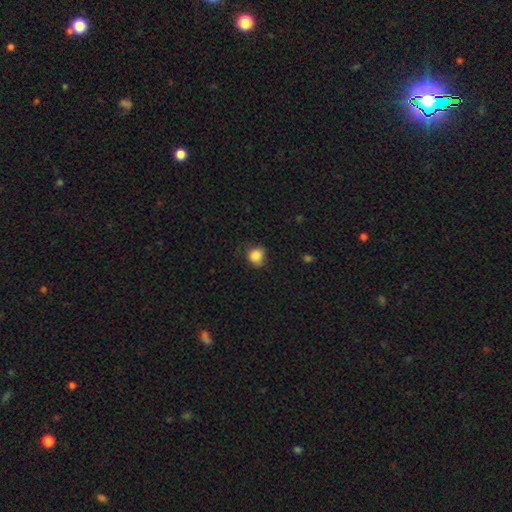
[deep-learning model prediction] Overall: smooth (85%). How rounded: round (79%). Merging: none (72%).